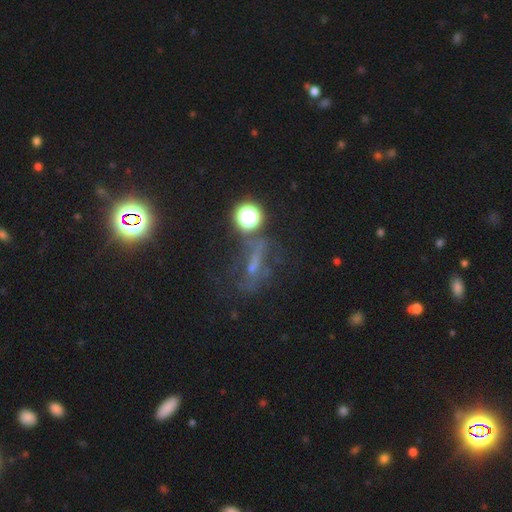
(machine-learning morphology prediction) type=star or artifact (56%).